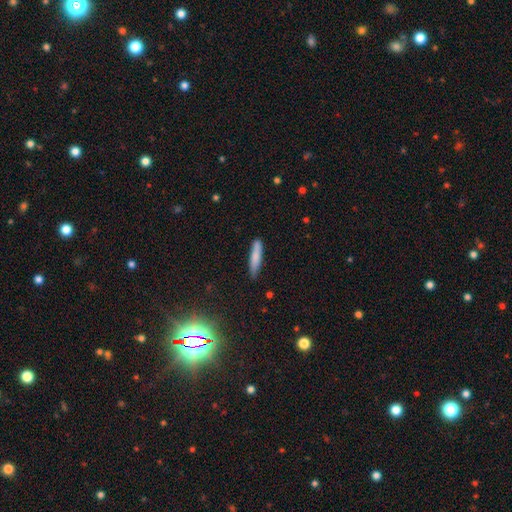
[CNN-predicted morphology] This is likely a smooth galaxy (78%). How rounded: clearly cigar-shaped (87%). Merging: clearly none (82%).